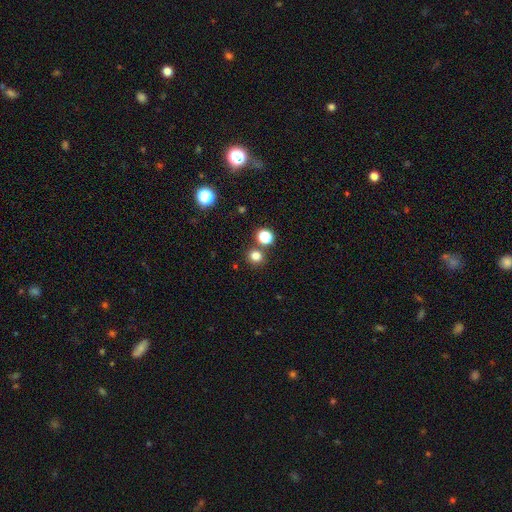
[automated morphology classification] Smooth or featured? Predicted: smooth (p=0.78). How rounded? Predicted: round (p=0.89). Merging? Predicted: none (p=0.80).